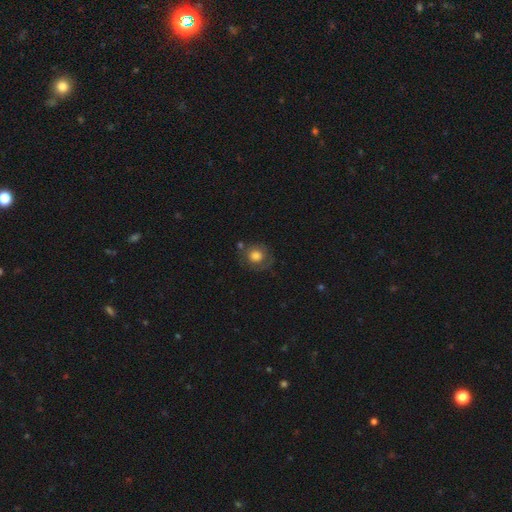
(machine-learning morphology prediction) type=smooth (71%); roundness=round (86%); merging=none (69%).